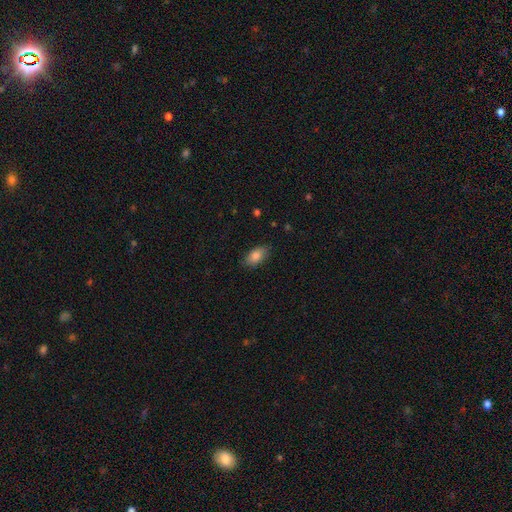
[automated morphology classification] smooth-or-featured: smooth: 84% | featured or disk: 8% | star or artifact: 7%
  how-rounded: in between: 92% | cigar-shaped: 4% | round: 4%
  merging: none: 84% | minor disturbance: 13% | major disturbance: 3% | merger: 1%